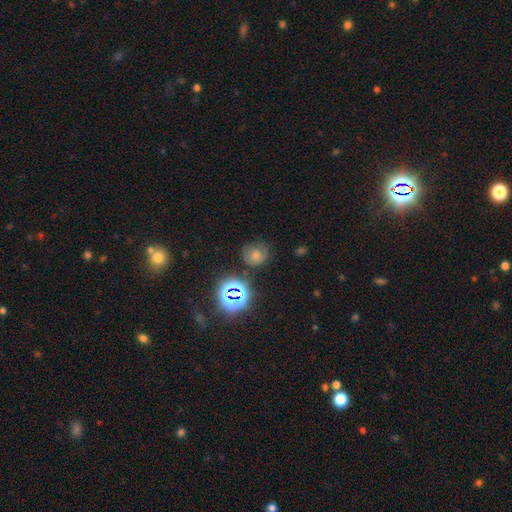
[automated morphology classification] This appears to be a smooth galaxy with no disk features (42%). Merging: none (77%).